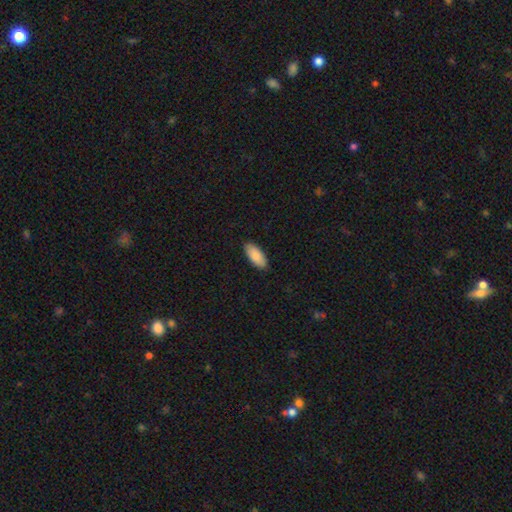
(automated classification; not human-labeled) Smooth or featured: smooth — 87% (featured or disk — 7%)
How rounded: in between — 90% (cigar-shaped — 8%)
Merging: none — 89% (minor disturbance — 9%)